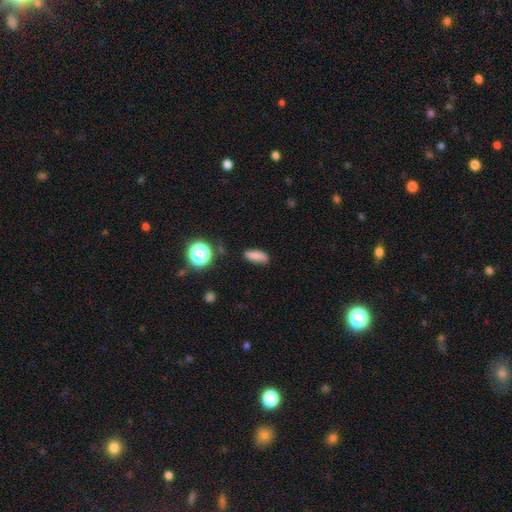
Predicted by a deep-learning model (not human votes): Smooth or featured?
  - smooth: 81% *
  - star or artifact: 12%
  - featured or disk: 7%
How rounded?
  - in between: 65% *
  - cigar-shaped: 30%
  - round: 6%
Merging?
  - none: 80% *
  - minor disturbance: 14%
  - major disturbance: 3%
  - merger: 2%